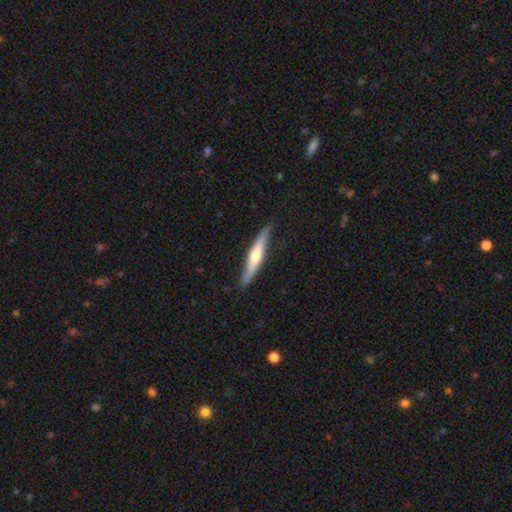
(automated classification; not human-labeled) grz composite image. It shows a featured or disk galaxy (48%). Merging: none (86%).